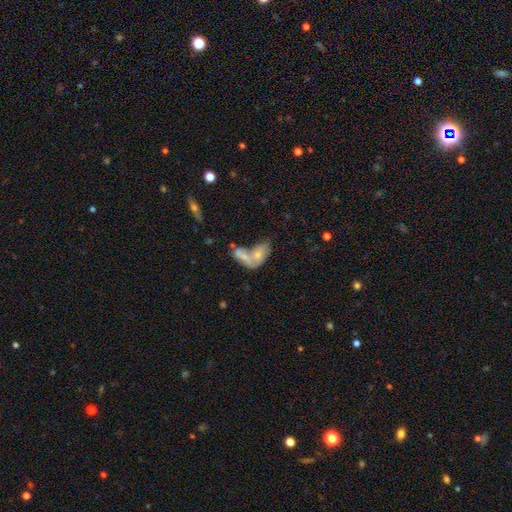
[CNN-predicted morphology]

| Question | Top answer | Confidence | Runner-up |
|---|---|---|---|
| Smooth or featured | smooth | 58% | featured or disk (33%) |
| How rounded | in between | 86% | round (8%) |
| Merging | merger | 67% | none (17%) |